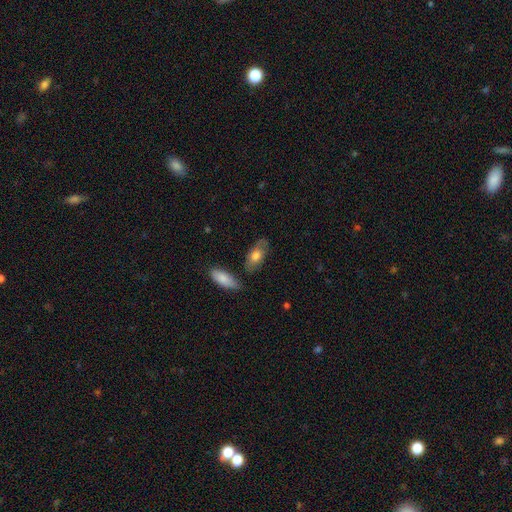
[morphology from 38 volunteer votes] A smooth galaxy with no disk features (68%) that is in between round and cigar-shaped (92%). Merging: none (77%).